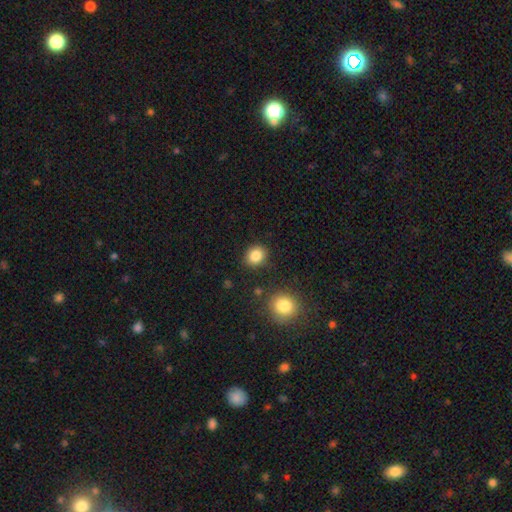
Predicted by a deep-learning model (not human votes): smooth_or_featured: smooth (p=0.85) [alt: star or artifact p=0.10]
how_rounded: round (p=0.70) [alt: in between p=0.29]
merging: none (p=0.87) [alt: minor disturbance p=0.08]